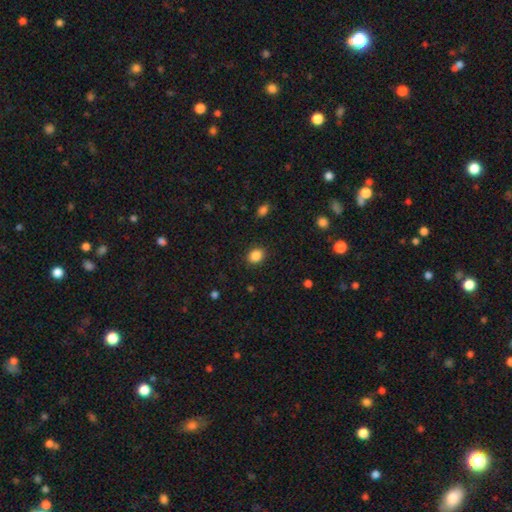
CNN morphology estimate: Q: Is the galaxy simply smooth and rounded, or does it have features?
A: smooth — 86%.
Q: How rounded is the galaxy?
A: round — 57%.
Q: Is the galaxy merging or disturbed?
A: none — 89%.